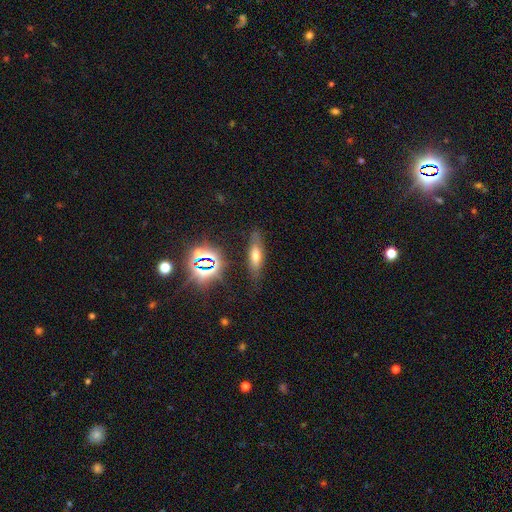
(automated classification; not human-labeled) Smooth or featured?
  - smooth: 52% *
  - featured or disk: 28%
  - star or artifact: 20%
How rounded?
  - cigar-shaped: 54% *
  - in between: 41%
  - round: 5%
Merging?
  - none: 78% *
  - minor disturbance: 14%
  - major disturbance: 5%
  - merger: 3%